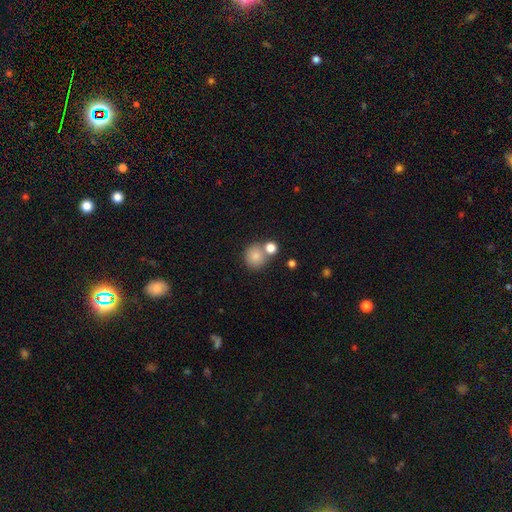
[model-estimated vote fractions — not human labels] Morphology: type=smooth (82%); roundness=round (88%); merging=none (62%).